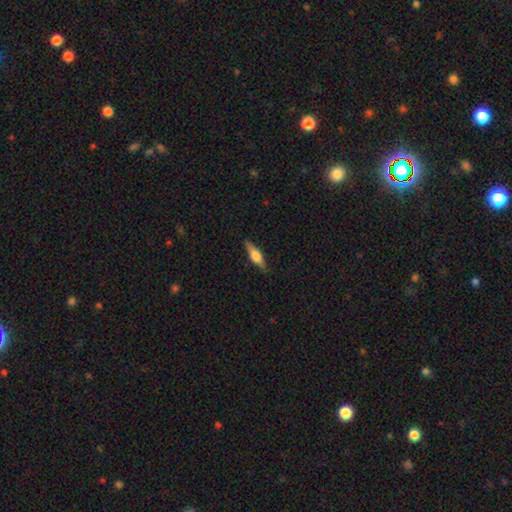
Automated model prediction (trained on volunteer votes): smooth-or-featured: featured or disk: 61% | smooth: 33% | star or artifact: 6%
  disk-edge-on: yes: 96% | no: 4%
    edge-on-bulge: rounded: 87% | boxy: 10% | none: 2%
  merging: none: 88% | minor disturbance: 9% | major disturbance: 2% | merger: 1%